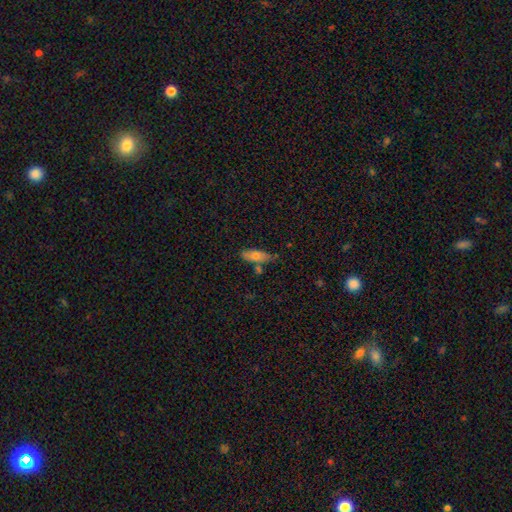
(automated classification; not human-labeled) This is likely a smooth galaxy (70%). How rounded: likely in between (71%). Merging: likely none (63%).